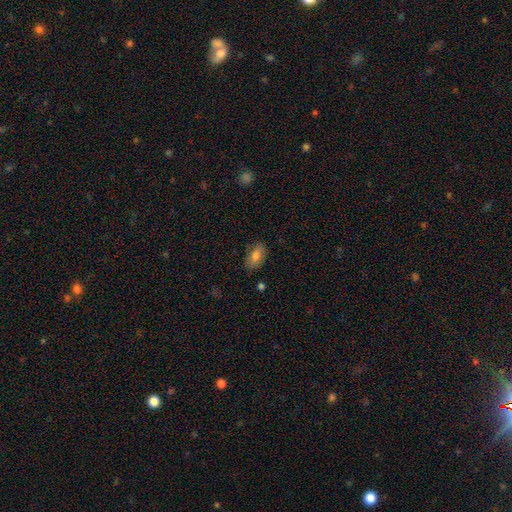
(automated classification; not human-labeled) Q: Smooth or featured?
A: smooth (78%); runner-up: featured or disk (14%)
Q: How rounded?
A: in between (91%); runner-up: round (5%)
Q: Merging?
A: none (81%); runner-up: minor disturbance (15%)